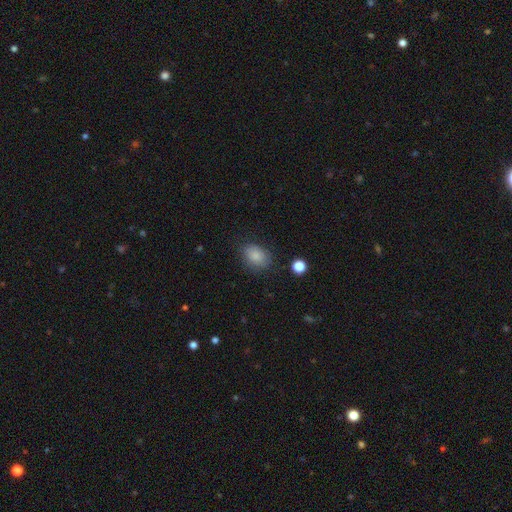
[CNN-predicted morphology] Smooth or featured: smooth — 84% (star or artifact — 9%)
How rounded: in between — 71% (round — 28%)
Merging: none — 77% (minor disturbance — 16%)